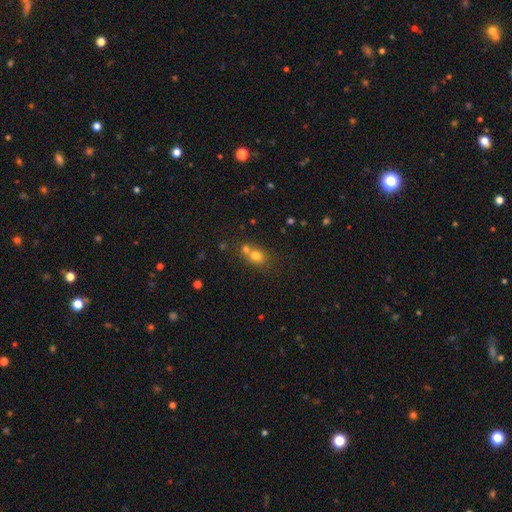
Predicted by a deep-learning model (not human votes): A smooth galaxy with no disk features (74%) that is round (67%).

Vote fractions:
- Smooth or featured? smooth: 74% / star or artifact: 14% / featured or disk: 12%
- How rounded? round: 67% / in between: 32% / cigar-shaped: 1%
- Merging? merger: 49% / none: 41% / minor disturbance: 8% / major disturbance: 3%